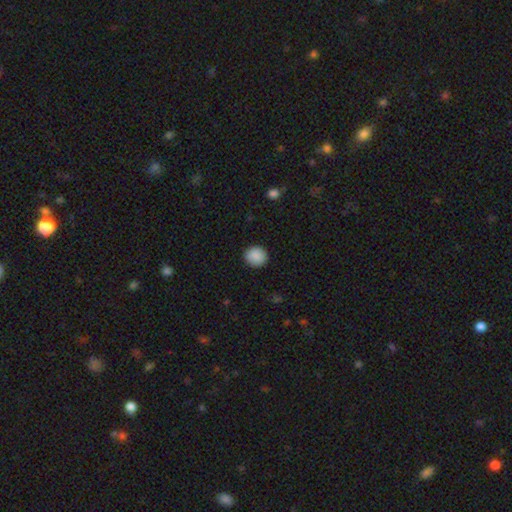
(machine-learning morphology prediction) Overall: smooth (89%). How rounded: round (83%). Merging: none (90%).